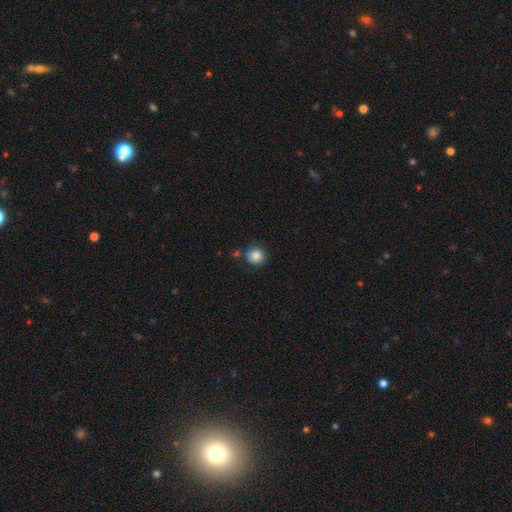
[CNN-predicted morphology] The model was most divided on "merging": none: 78%, minor disturbance: 12%, merger: 7%, major disturbance: 3%. More confident: how rounded — round (90%); smooth or featured — smooth (86%).